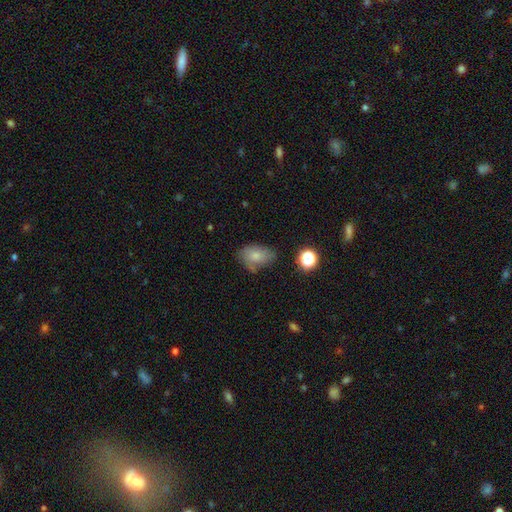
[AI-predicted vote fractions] The model was most divided on "merging": none: 53%, minor disturbance: 31%, major disturbance: 12%, merger: 4%. More confident: how rounded — in between (81%); smooth or featured — smooth (68%).